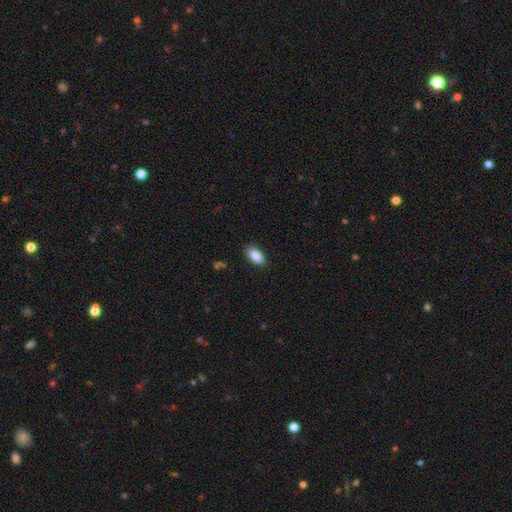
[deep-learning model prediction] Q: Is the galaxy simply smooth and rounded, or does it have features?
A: smooth — 88%.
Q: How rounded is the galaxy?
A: in between — 92%.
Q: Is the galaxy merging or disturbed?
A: none — 86%.